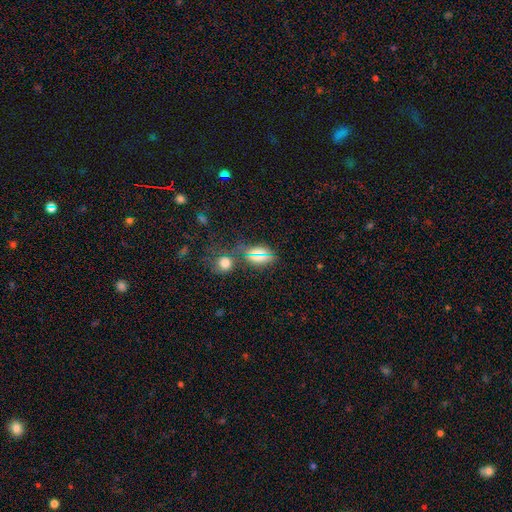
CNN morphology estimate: star or artifact 49%, smooth 37%, featured or disk 15%.